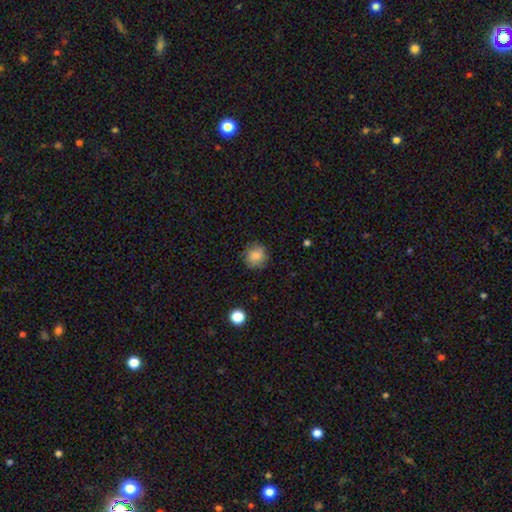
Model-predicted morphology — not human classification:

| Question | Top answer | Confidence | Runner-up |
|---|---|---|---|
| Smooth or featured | smooth | 80% | featured or disk (11%) |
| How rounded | round | 90% | in between (9%) |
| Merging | none | 82% | minor disturbance (13%) |